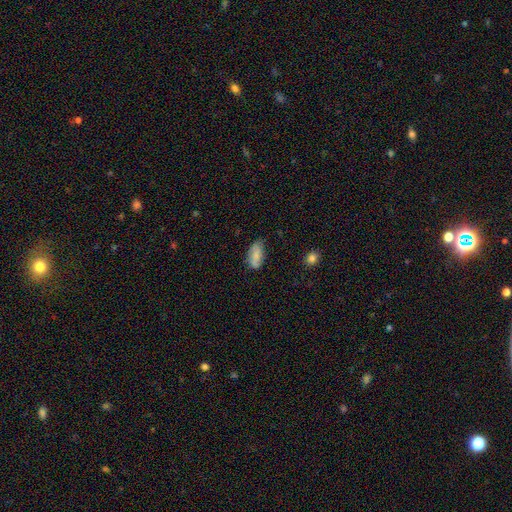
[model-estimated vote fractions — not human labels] Smooth or featured? smooth (72%)
How rounded? in between (90%)
Merging? none (65%)